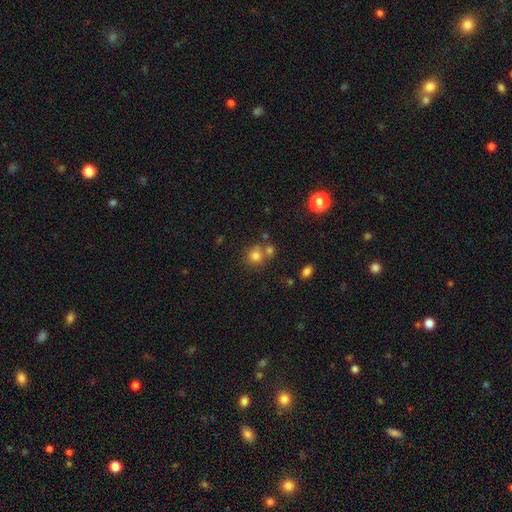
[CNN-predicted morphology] Smooth or featured? smooth (78%)
How rounded? round (86%)
Merging? none (59%)